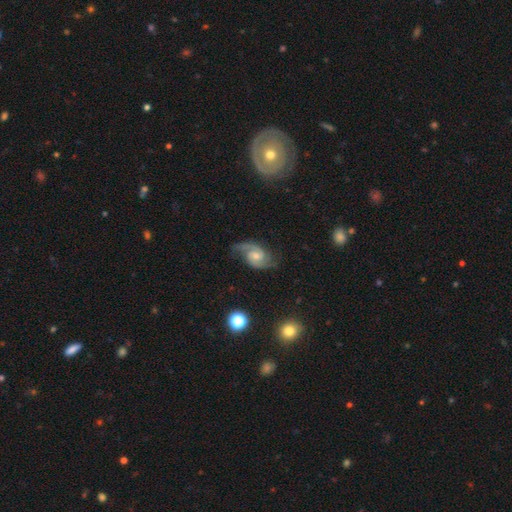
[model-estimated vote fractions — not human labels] Smooth or featured: featured or disk — 86% (smooth — 8%)
Edge-on disk: no — 97% (yes — 3%)
Bar: no — 53% (weak — 40%)
Spiral arms: yes — 97% (no — 3%)
Spiral winding: medium — 53% (loose — 25%)
Spiral arm count: 2 — 90% (can't tell — 3%)
Bulge size: moderate — 48% (small — 44%)
Merging: none — 71% (minor disturbance — 19%)